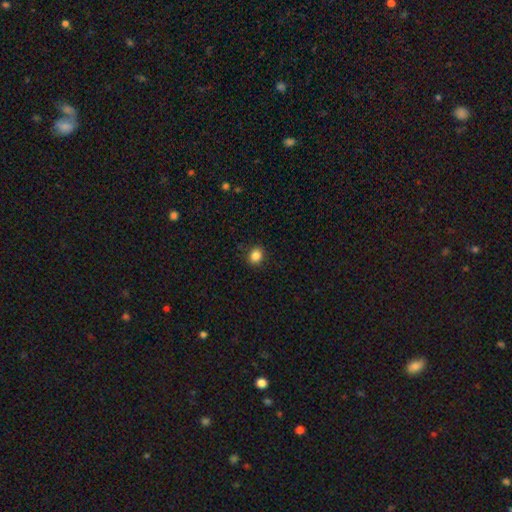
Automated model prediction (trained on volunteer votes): This is clearly a smooth galaxy (85%). How rounded: likely round (65%). Merging: clearly none (89%).